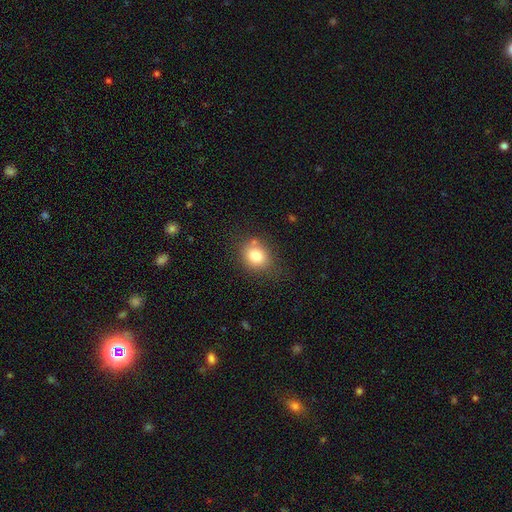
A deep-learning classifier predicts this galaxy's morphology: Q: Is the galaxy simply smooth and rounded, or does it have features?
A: smooth — 80%.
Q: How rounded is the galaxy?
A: round — 63%.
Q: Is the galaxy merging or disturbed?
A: none — 73%.